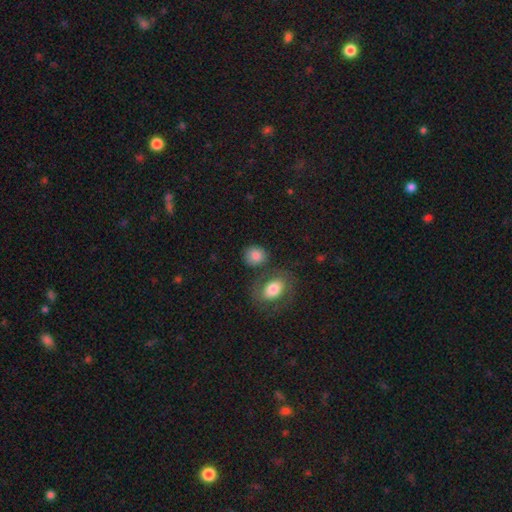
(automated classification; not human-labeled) A smooth galaxy with no disk features (82%) that is round (71%).

Vote fractions:
- Smooth or featured? smooth: 82% / featured or disk: 9% / star or artifact: 9%
- How rounded? round: 71% / in between: 28% / cigar-shaped: 1%
- Merging? none: 67% / merger: 15% / minor disturbance: 13% / major disturbance: 5%